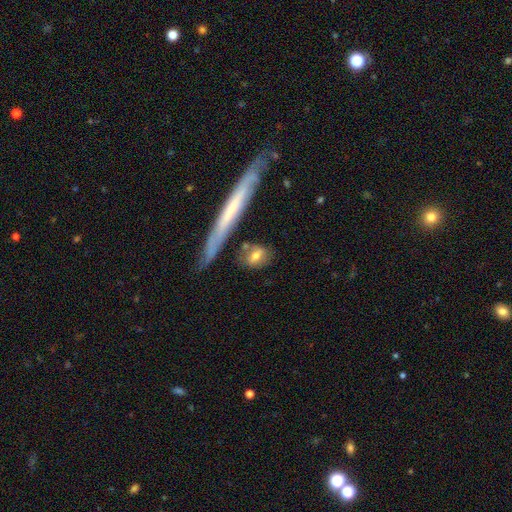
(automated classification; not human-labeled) Smooth or featured?
  - smooth: 68% *
  - featured or disk: 25%
  - star or artifact: 7%
How rounded?
  - in between: 43% *
  - round: 34%
  - cigar-shaped: 24%
Merging?
  - none: 71% *
  - minor disturbance: 15%
  - merger: 9%
  - major disturbance: 5%